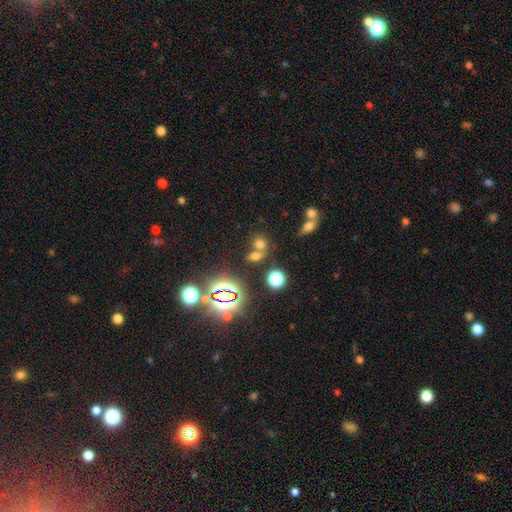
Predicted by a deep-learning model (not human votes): Morphology: type=smooth (52%); roundness=round (52%); merging=none (44%).